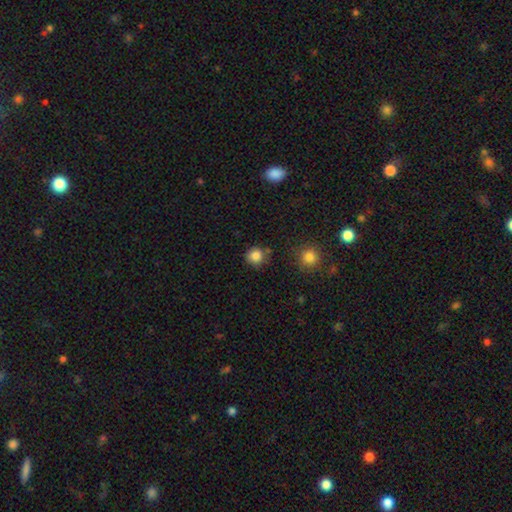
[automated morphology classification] Q: Smooth or featured?
A: smooth (85%); runner-up: star or artifact (11%)
Q: How rounded?
A: round (92%); runner-up: in between (7%)
Q: Merging?
A: none (81%); runner-up: minor disturbance (11%)